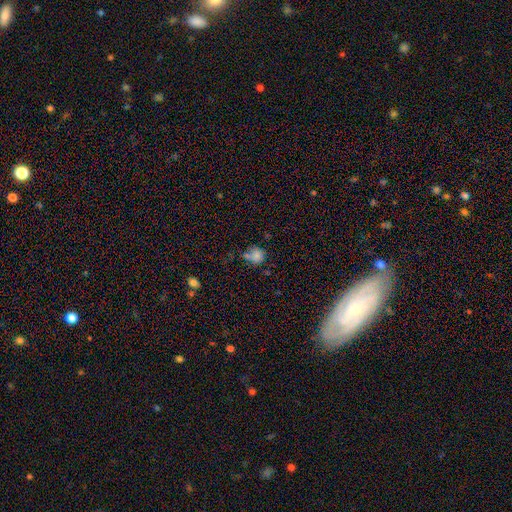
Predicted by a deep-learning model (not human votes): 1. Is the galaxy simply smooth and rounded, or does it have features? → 78% smooth, 12% star or artifact, 10% featured or disk.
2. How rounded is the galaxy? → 76% round, 22% in between, 1% cigar-shaped.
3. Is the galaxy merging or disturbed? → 45% none, 24% minor disturbance, 21% merger, 10% major disturbance.